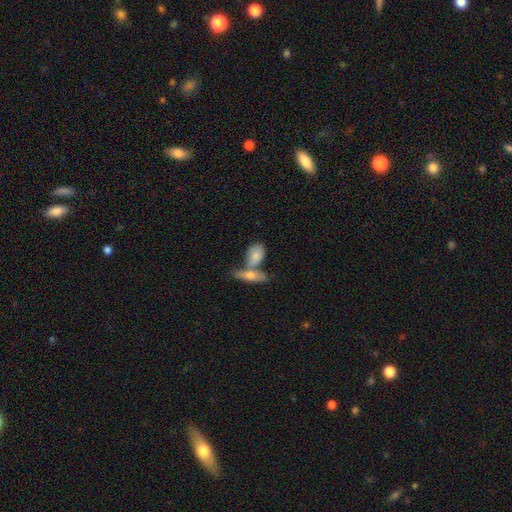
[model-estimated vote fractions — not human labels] smooth_or_featured: smooth (p=0.73) [alt: featured or disk p=0.21]
how_rounded: in between (p=0.76) [alt: round p=0.15]
merging: merger (p=0.49) [alt: none p=0.35]